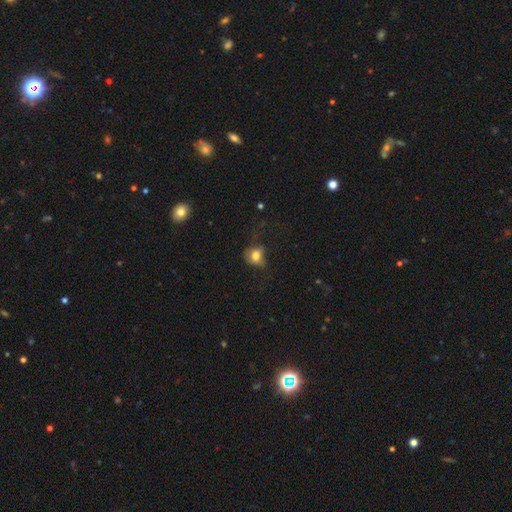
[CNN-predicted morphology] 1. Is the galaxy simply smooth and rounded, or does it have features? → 73% smooth, 16% featured or disk, 11% star or artifact.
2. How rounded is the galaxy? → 58% round, 41% in between, 1% cigar-shaped.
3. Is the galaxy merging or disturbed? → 42% none, 29% major disturbance, 27% minor disturbance, 2% merger.